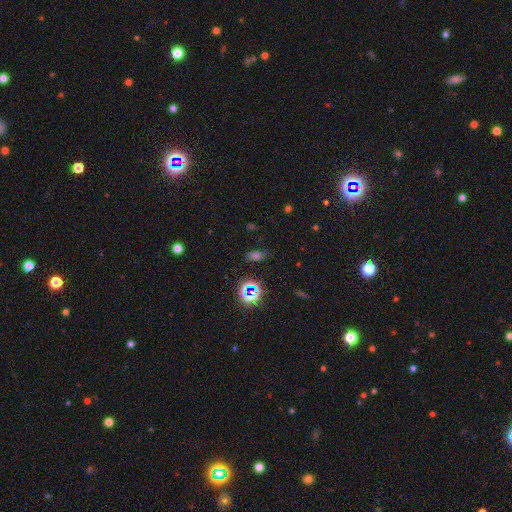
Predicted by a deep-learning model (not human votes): smooth_or_featured: smooth (p=0.47) [alt: star or artifact p=0.43]
merging: none (p=0.78) [alt: minor disturbance p=0.14]